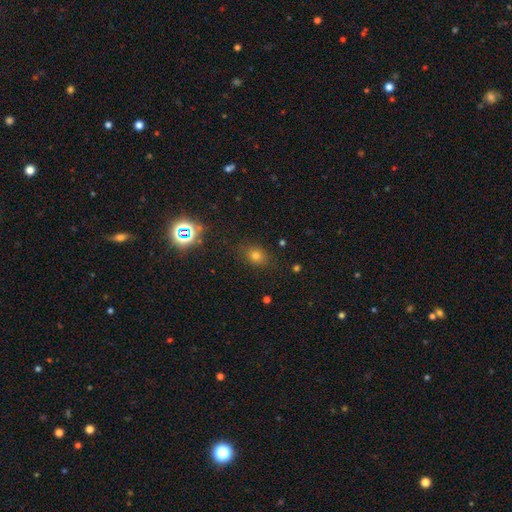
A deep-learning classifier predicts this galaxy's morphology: smooth-or-featured: smooth: 66% | star or artifact: 24% | featured or disk: 9%
  how-rounded: in between: 52% | round: 46% | cigar-shaped: 1%
  merging: none: 82% | minor disturbance: 12% | major disturbance: 4% | merger: 2%